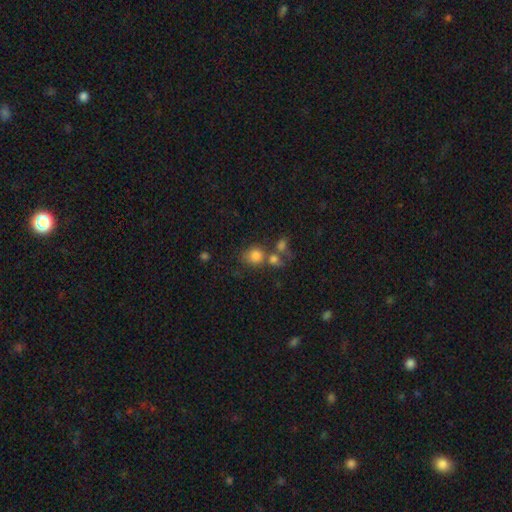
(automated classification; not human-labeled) smooth_or_featured: smooth (p=0.79) [alt: star or artifact p=0.12]
how_rounded: round (p=0.70) [alt: in between p=0.29]
merging: none (p=0.42) [alt: merger p=0.38]